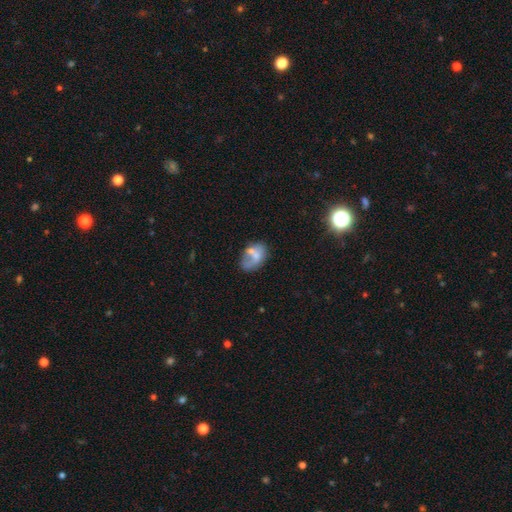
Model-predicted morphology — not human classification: Smooth or featured? Predicted: smooth (p=0.55). How rounded? Predicted: in between (p=0.83). Merging? Predicted: none (p=0.35).